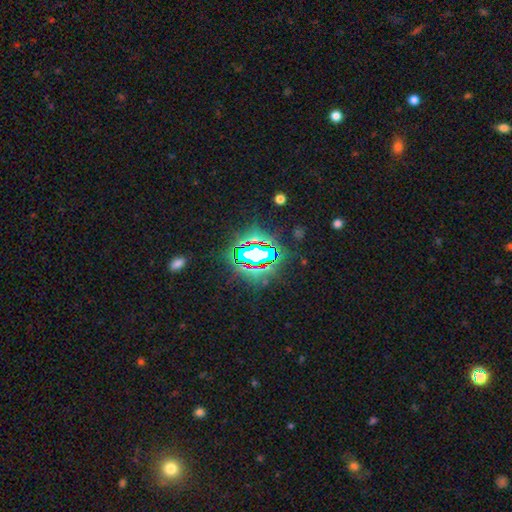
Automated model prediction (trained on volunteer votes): smooth_or_featured: star or artifact (p=0.75) [alt: smooth p=0.14]